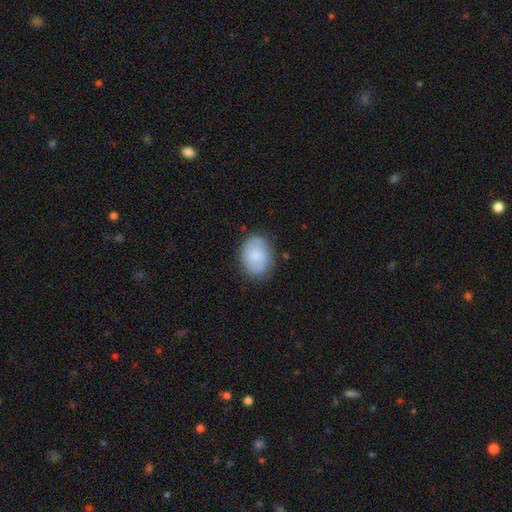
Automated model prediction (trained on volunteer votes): Overall: smooth (74%). How rounded: in between (67%; round 32%). Merging: none (77%).